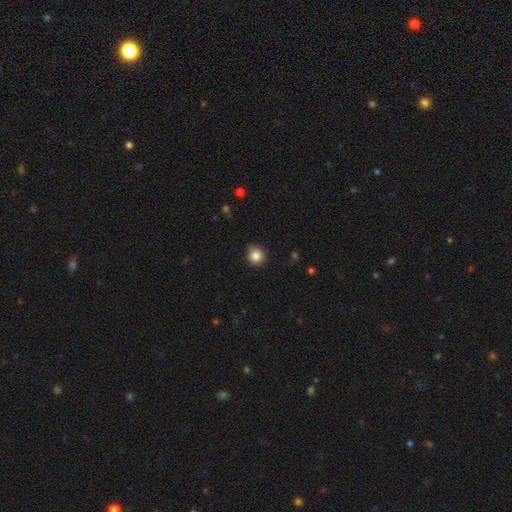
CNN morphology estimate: This is clearly a smooth galaxy (86%). How rounded: clearly round (92%). Merging: clearly none (86%).